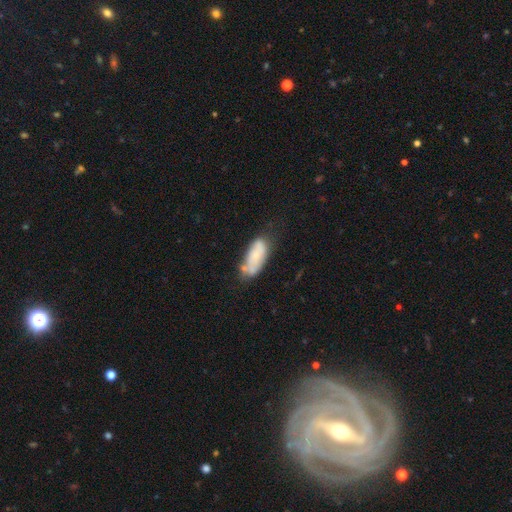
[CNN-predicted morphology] A smooth galaxy with no disk features (62%) that is in between round and cigar-shaped (81%). Merging: none (45%).